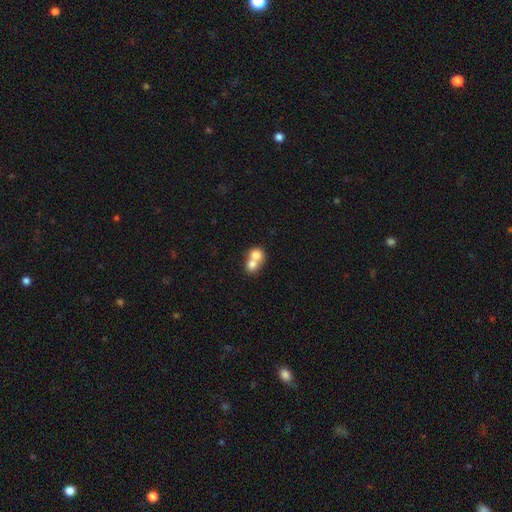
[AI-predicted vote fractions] Smooth or featured? Predicted: smooth (p=0.73). How rounded? Predicted: round (p=0.66). Merging? Predicted: merger (p=0.75).